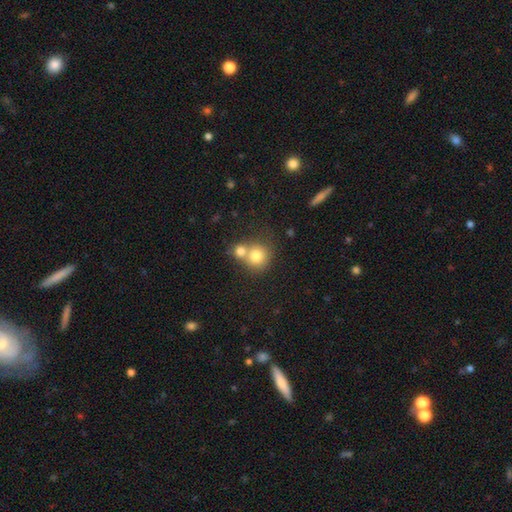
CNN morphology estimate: smooth-or-featured: smooth: 76% | featured or disk: 13% | star or artifact: 10%
  how-rounded: round: 85% | in between: 14% | cigar-shaped: 1%
  merging: merger: 55% | none: 35% | minor disturbance: 7% | major disturbance: 3%